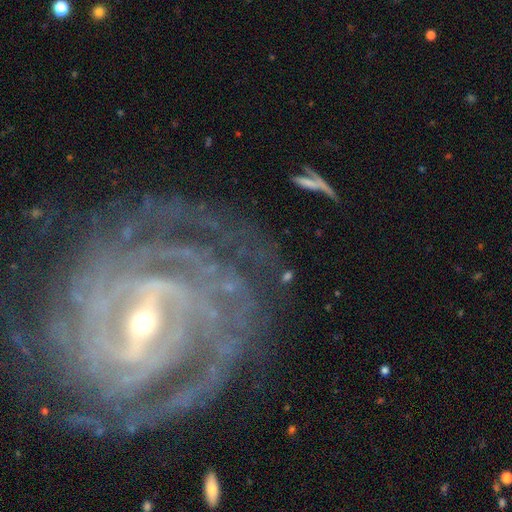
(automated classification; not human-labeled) The model was most divided on "spiral arm count" (2-way tie): 4: 22%, can't tell: 22%, 3: 17%, 2: 16%, more than 4: 15%, 1: 8%. More confident: spiral arms — yes (97%); edge-on disk — no (96%); smooth or featured — featured or disk (91%); spiral winding — tight (75%); merging — none (73%); bulge size — small (66%); bar — strong (63%).